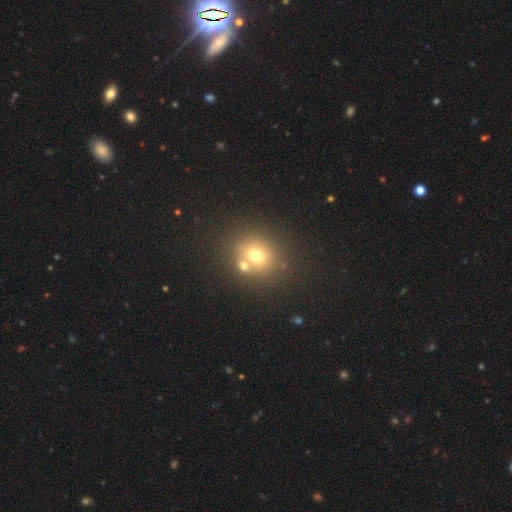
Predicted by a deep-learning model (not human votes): Smooth or featured: smooth — 68% (star or artifact — 17%)
How rounded: round — 78% (in between — 21%)
Merging: none — 63% (merger — 24%)